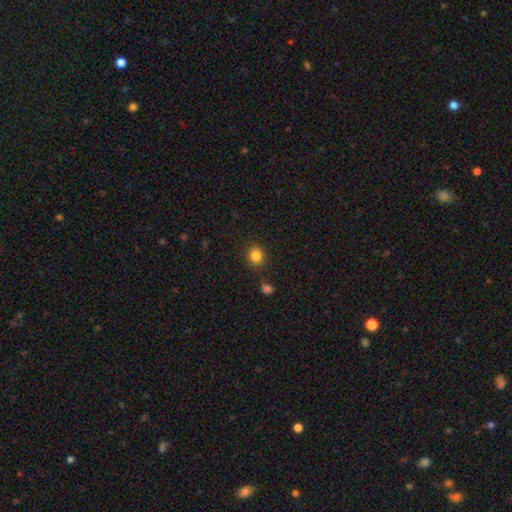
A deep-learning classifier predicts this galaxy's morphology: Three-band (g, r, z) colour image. It shows a smooth galaxy with no disk features (84%) that is round (71%). Merging: none (84%).